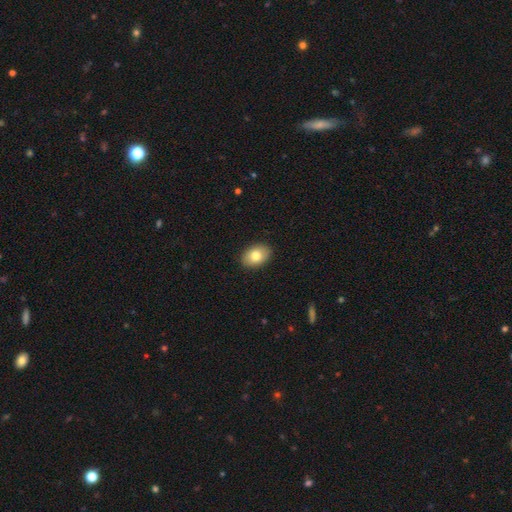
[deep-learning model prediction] smooth 80%, featured or disk 12%, star or artifact 7%. Down the decision tree: how rounded — in between (83%); merging — none (90%).